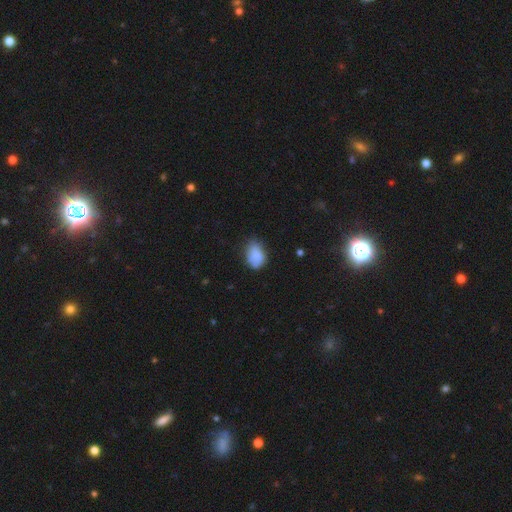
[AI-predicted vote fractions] A smooth galaxy with no disk features (78%) that is in between round and cigar-shaped (81%). Merging: none (52%).